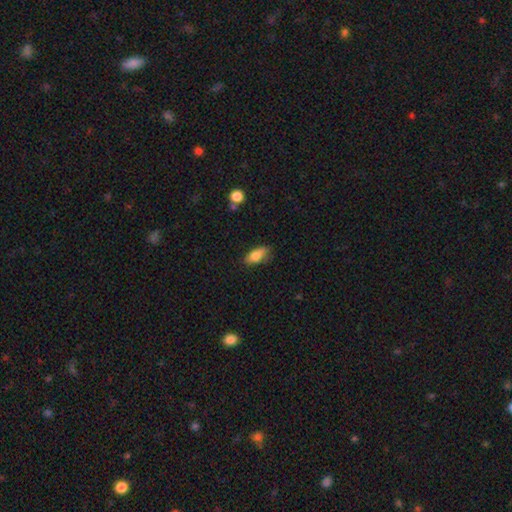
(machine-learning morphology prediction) type=smooth (78%); roundness=in between (80%); merging=none (69%).